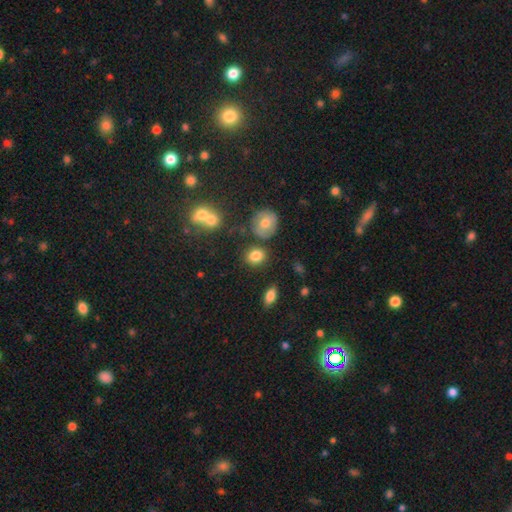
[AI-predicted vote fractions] Morphology: type=smooth (83%); roundness=round (62%); merging=none (77%).